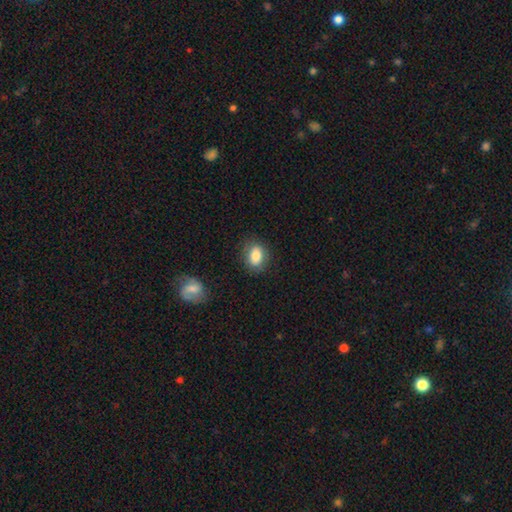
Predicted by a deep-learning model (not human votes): Smooth or featured?
  - smooth: 83% *
  - featured or disk: 9%
  - star or artifact: 8%
How rounded?
  - in between: 74% *
  - round: 24%
  - cigar-shaped: 2%
Merging?
  - none: 83% *
  - minor disturbance: 12%
  - major disturbance: 3%
  - merger: 2%